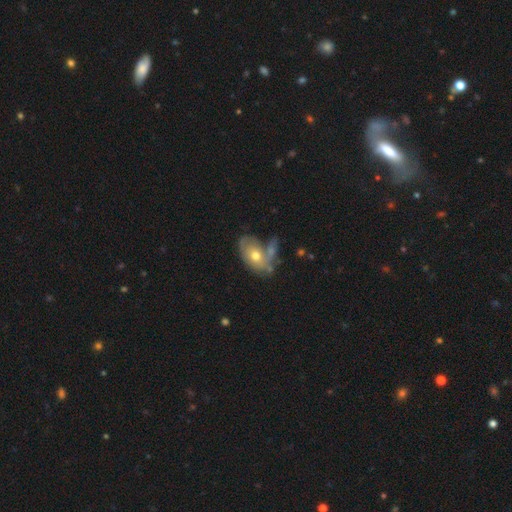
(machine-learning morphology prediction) A smooth galaxy with no disk features (57%) that is in between round and cigar-shaped (85%).

Vote fractions:
- Smooth or featured? smooth: 57% / featured or disk: 36% / star or artifact: 8%
- How rounded? in between: 85% / round: 13% / cigar-shaped: 2%
- Merging? none: 37% / merger: 29% / minor disturbance: 22% / major disturbance: 12%